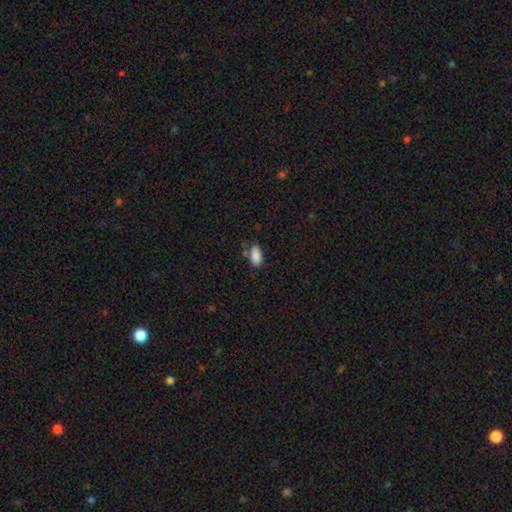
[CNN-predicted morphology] Smooth or featured: smooth — 88% (star or artifact — 8%)
How rounded: in between — 91% (cigar-shaped — 5%)
Merging: none — 69% (minor disturbance — 19%)